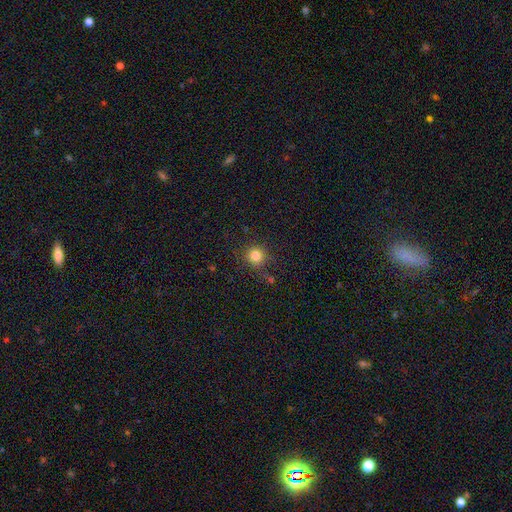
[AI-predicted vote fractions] This is clearly a smooth galaxy (82%). How rounded: clearly round (93%). Merging: clearly none (82%).